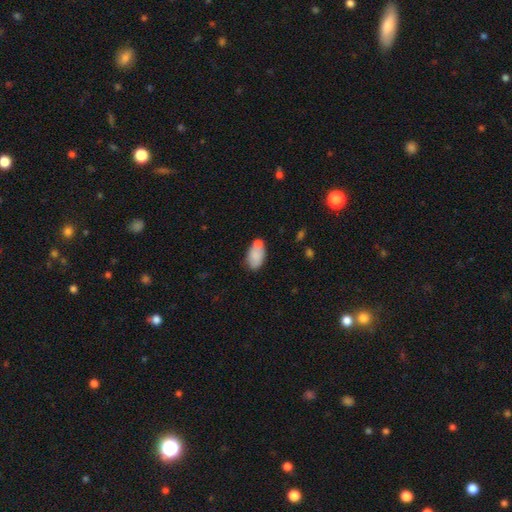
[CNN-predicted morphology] A smooth galaxy with no disk features (79%) that is in between round and cigar-shaped (91%).

Vote fractions:
- Smooth or featured? smooth: 79% / featured or disk: 13% / star or artifact: 8%
- How rounded? in between: 91% / round: 7% / cigar-shaped: 2%
- Merging? none: 48% / merger: 27% / minor disturbance: 18% / major disturbance: 6%